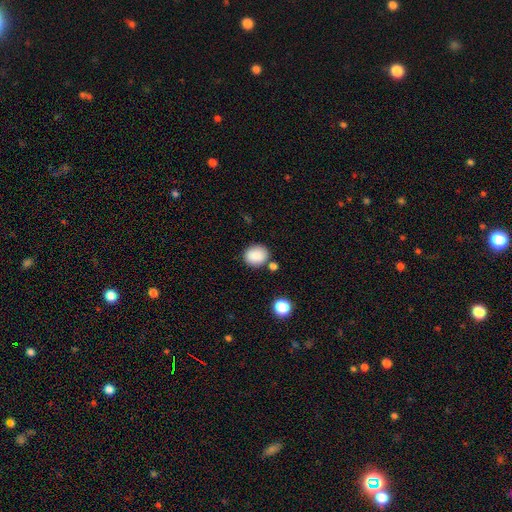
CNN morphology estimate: smooth_or_featured: smooth (p=0.87) [alt: star or artifact p=0.09]
how_rounded: round (p=0.61) [alt: in between p=0.38]
merging: none (p=0.78) [alt: minor disturbance p=0.12]